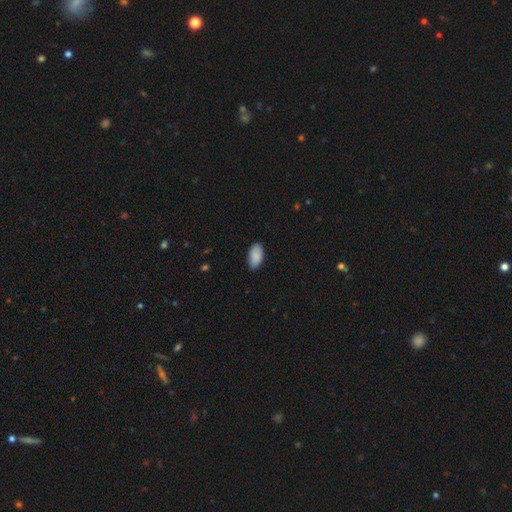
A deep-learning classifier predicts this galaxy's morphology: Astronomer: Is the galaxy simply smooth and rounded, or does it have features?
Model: smooth — 90%.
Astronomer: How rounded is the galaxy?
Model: in between — 95%.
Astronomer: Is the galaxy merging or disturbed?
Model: none — 83%.